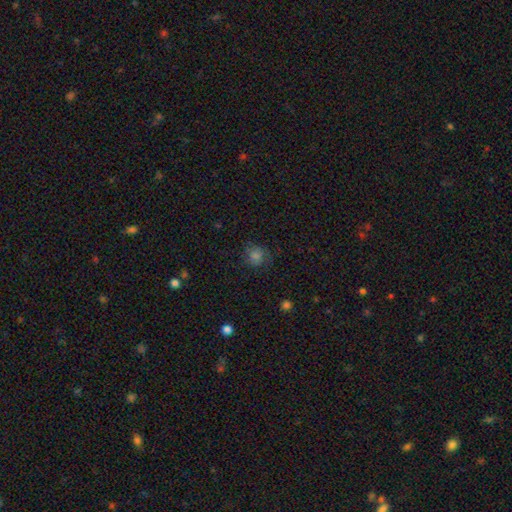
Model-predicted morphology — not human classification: This is likely a smooth galaxy (73%). How rounded: clearly round (83%). Merging: likely none (72%).